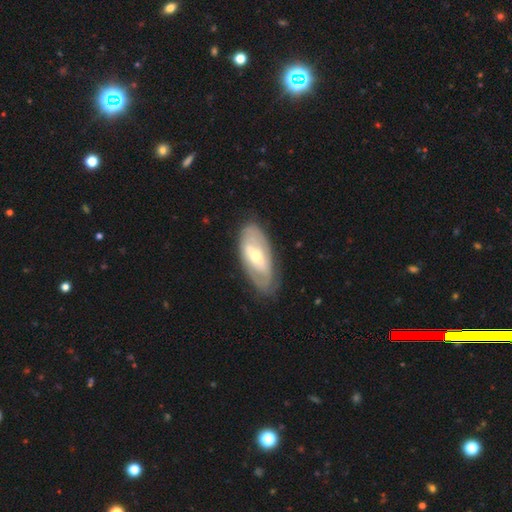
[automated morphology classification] Q: Smooth or featured?
A: featured or disk (63%); runner-up: smooth (32%)
Q: Edge-on disk?
A: no (88%); runner-up: yes (12%)
Q: Bar?
A: weak (37%); runner-up: no (34%)
Q: Spiral arms?
A: yes (56%); runner-up: no (44%)
Q: Bulge size?
A: moderate (52%); runner-up: small (42%)
Q: Merging?
A: none (76%); runner-up: minor disturbance (18%)